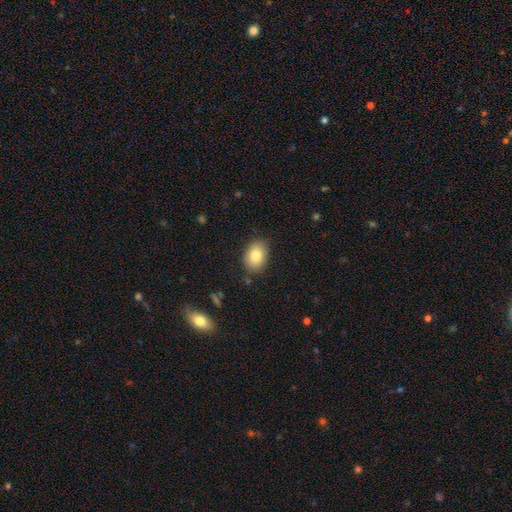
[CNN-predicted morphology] Smooth or featured? smooth (81%)
How rounded? in between (78%)
Merging? none (83%)